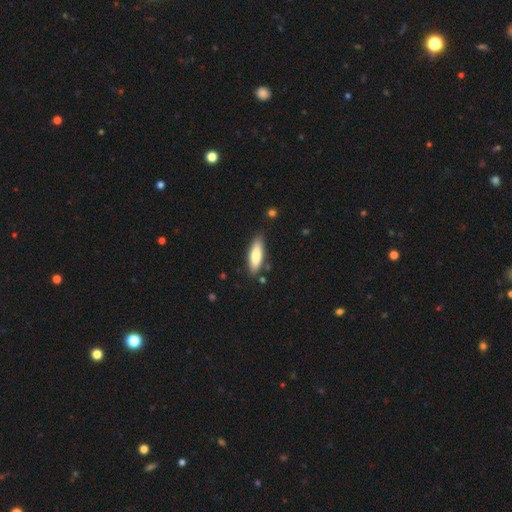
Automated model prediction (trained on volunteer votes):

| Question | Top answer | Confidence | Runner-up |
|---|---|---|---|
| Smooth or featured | smooth | 75% | featured or disk (20%) |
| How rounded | in between | 51% | cigar-shaped (48%) |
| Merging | none | 83% | minor disturbance (12%) |